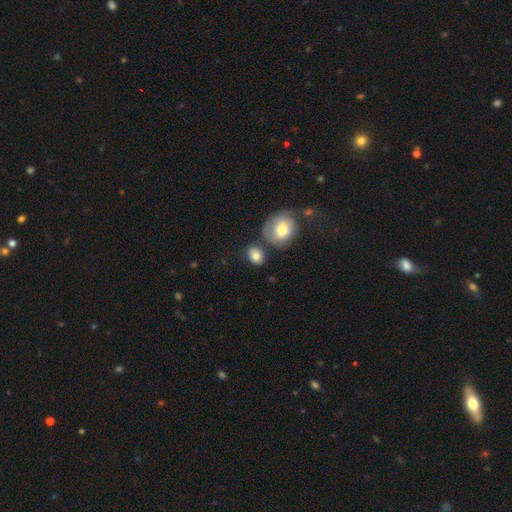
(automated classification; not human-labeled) Smooth or featured?
  - smooth: 83% *
  - featured or disk: 9%
  - star or artifact: 8%
How rounded?
  - in between: 64% *
  - round: 34%
  - cigar-shaped: 2%
Merging?
  - none: 61% *
  - merger: 16%
  - minor disturbance: 16%
  - major disturbance: 6%